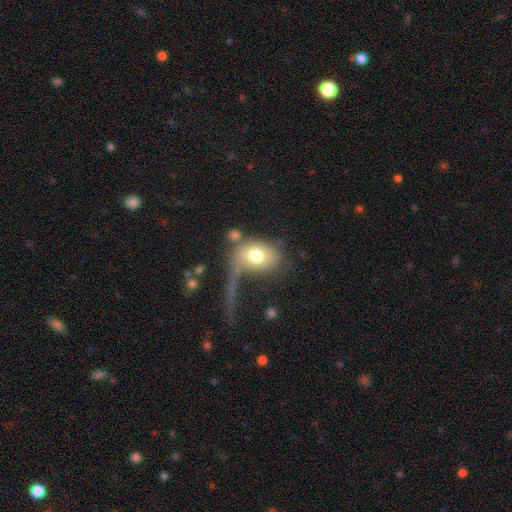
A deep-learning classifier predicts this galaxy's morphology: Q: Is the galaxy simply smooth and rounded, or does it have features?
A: smooth — 70%.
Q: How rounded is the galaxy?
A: in between — 69%.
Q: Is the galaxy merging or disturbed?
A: major disturbance — 51%.